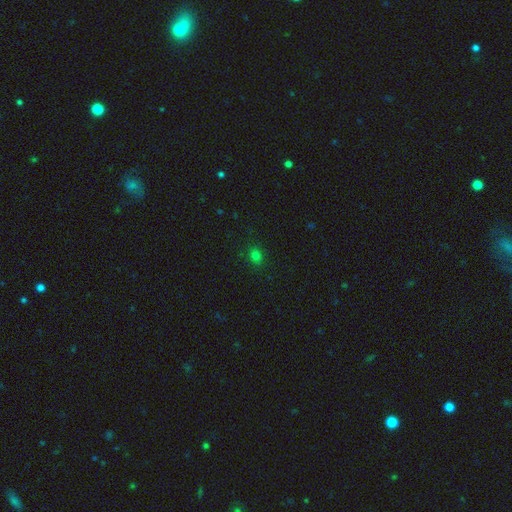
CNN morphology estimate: Overall: smooth (77%). How rounded: round (56%; in between 43%). Merging: none (87%).